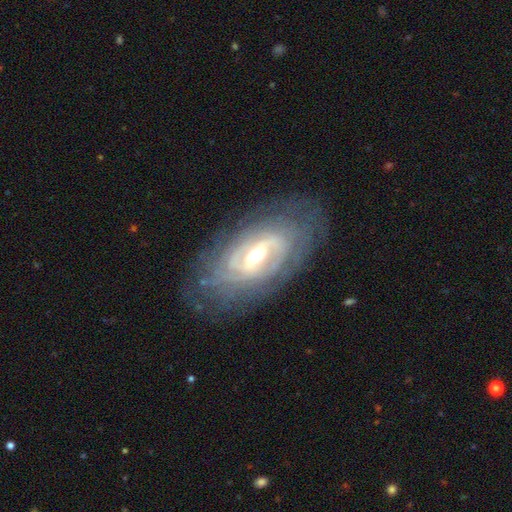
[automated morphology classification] smooth-or-featured: featured or disk: 85% | smooth: 9% | star or artifact: 6%
  disk-edge-on: no: 92% | yes: 8%
    bar: weak: 41% (tied) | strong: 41% (tied) | no: 18%
    has-spiral-arms: yes: 86% | no: 14%
      spiral-winding: tight: 68% | medium: 23% | loose: 8%
      spiral-arm-count: can't tell: 45% | 2: 30% | 3: 9% | 4: 7% | more than 4: 5% | 1: 4%
    bulge-size: moderate: 66% | small: 25% | large: 7% | dominant: 1% | none: 1%
  merging: none: 78% | minor disturbance: 15% | major disturbance: 6% | merger: 1%